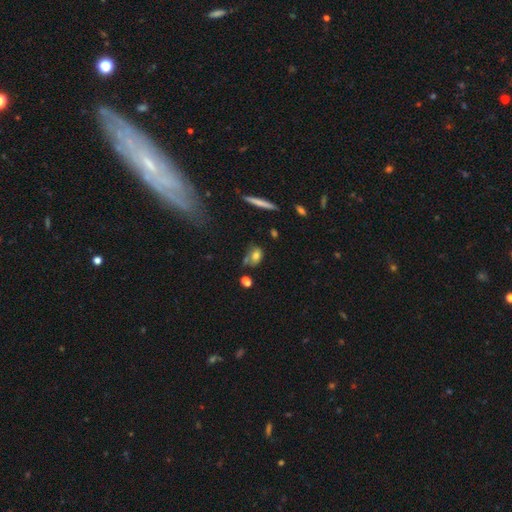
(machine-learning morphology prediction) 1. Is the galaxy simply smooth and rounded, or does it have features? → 69% smooth, 20% featured or disk, 11% star or artifact.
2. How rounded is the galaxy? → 76% in between, 18% round, 6% cigar-shaped.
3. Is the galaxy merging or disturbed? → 45% none, 25% minor disturbance, 17% merger, 12% major disturbance.